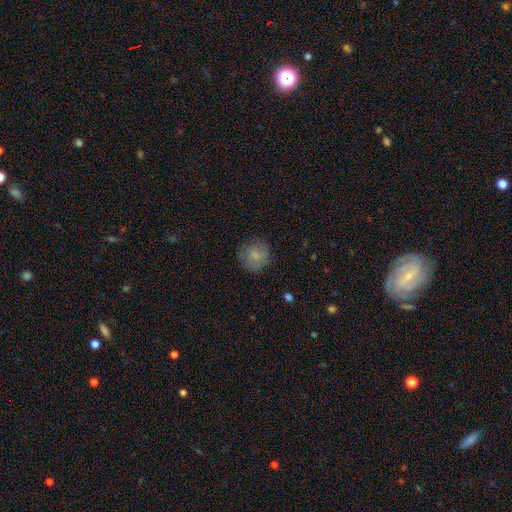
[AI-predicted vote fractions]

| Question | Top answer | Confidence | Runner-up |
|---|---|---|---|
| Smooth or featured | smooth | 79% | featured or disk (13%) |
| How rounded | round | 90% | in between (9%) |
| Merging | none | 80% | minor disturbance (14%) |